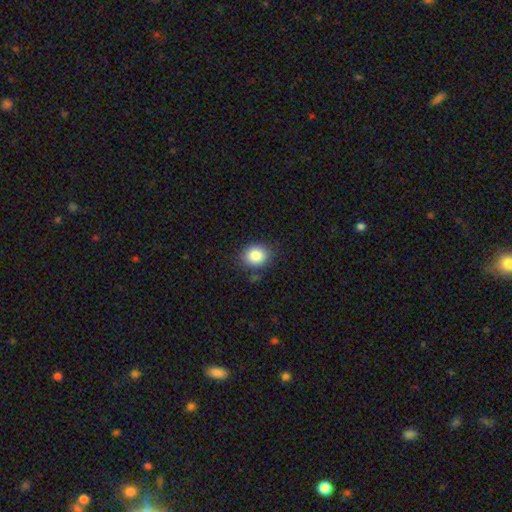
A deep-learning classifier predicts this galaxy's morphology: Smooth or featured? Predicted: smooth (p=0.85). How rounded? Predicted: round (p=0.60). Merging? Predicted: none (p=0.83).